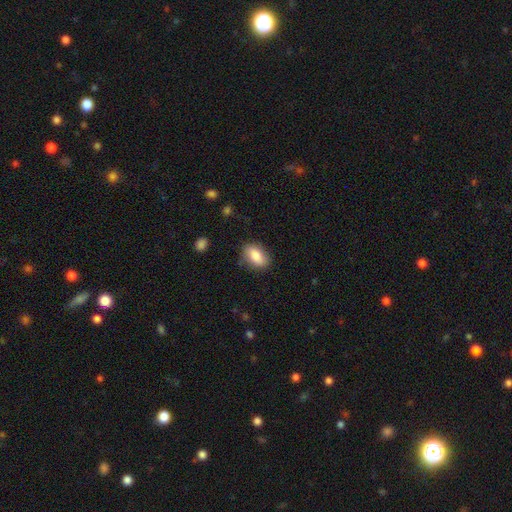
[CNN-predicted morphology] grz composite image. It shows a smooth galaxy with no disk features (84%) that is in between round and cigar-shaped (88%). Merging: none (80%).